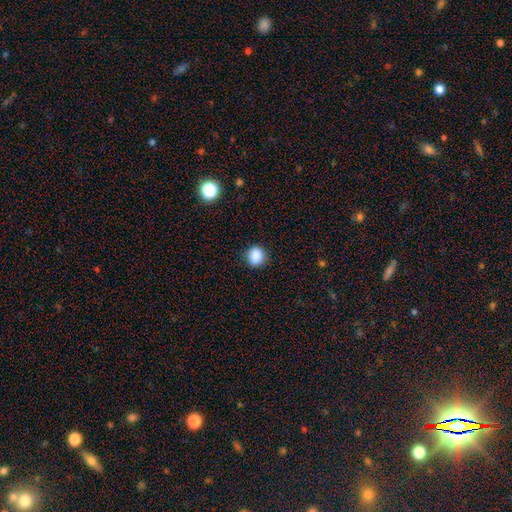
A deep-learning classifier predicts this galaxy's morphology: Smooth or featured: smooth — 87% (star or artifact — 10%)
How rounded: round — 73% (in between — 26%)
Merging: none — 86% (minor disturbance — 10%)